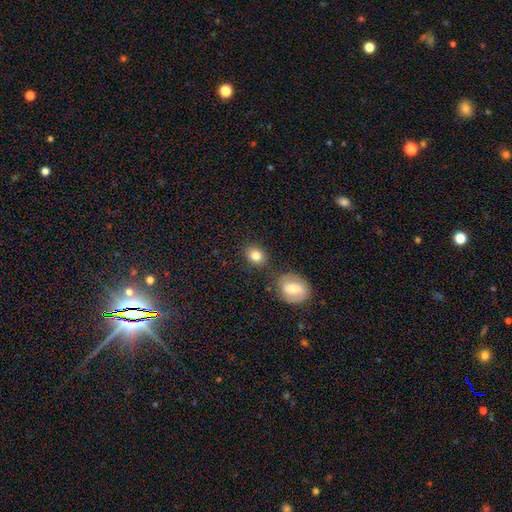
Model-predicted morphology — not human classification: This appears to be a smooth galaxy with no disk features (83%) that is in between round and cigar-shaped (57%). Merging: none (76%).